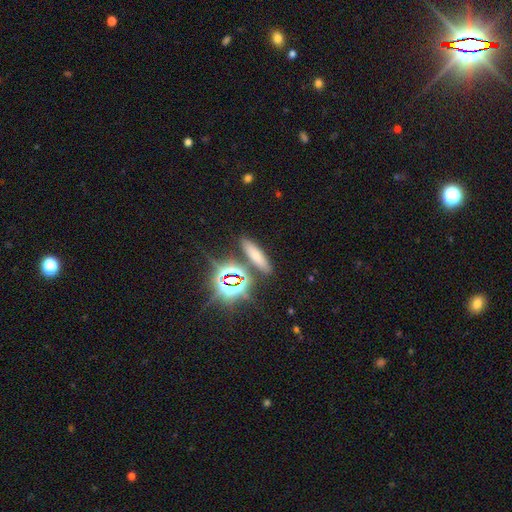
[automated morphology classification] Smooth or featured: smooth — 57% (star or artifact — 30%)
How rounded: cigar-shaped — 58% (in between — 33%)
Merging: none — 84% (minor disturbance — 8%)